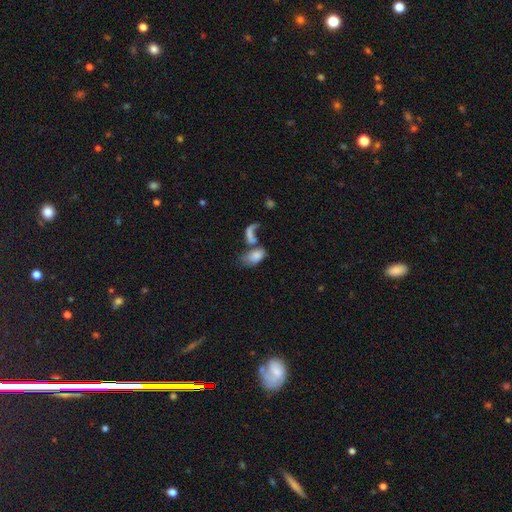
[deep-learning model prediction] A smooth galaxy with no disk features (69%) that is in between round and cigar-shaped (91%). Merging: merger (54%).